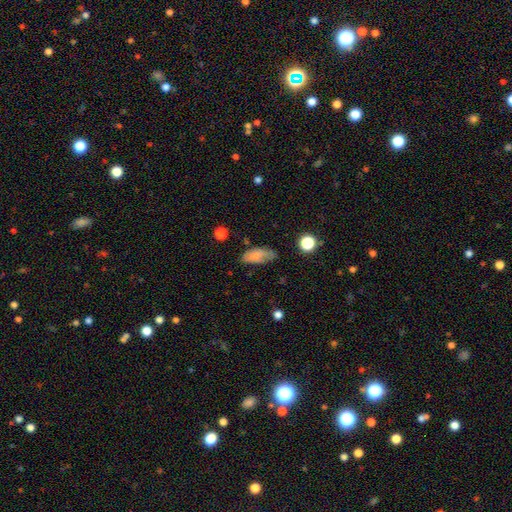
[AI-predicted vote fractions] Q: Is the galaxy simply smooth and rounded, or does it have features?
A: smooth — 74%.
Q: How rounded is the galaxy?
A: in between — 86%.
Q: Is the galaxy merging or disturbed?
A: none — 58%.